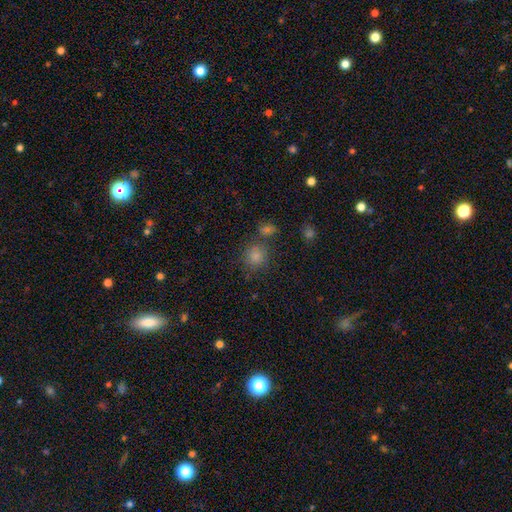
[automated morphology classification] type=smooth (67%); roundness=round (88%); merging=none (76%).